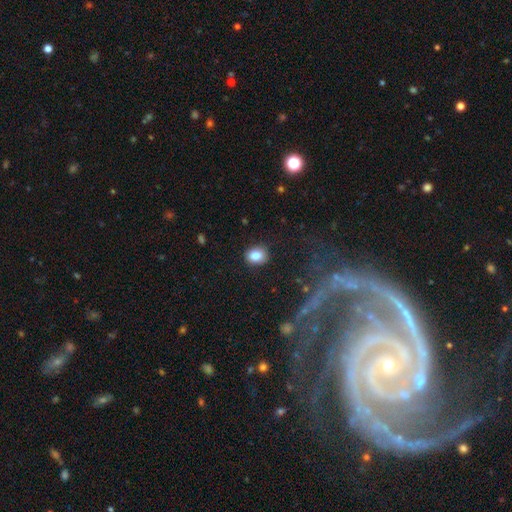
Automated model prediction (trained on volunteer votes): Smooth or featured?
  - smooth: 83% *
  - star or artifact: 10%
  - featured or disk: 7%
How rounded?
  - round: 59% *
  - in between: 40%
  - cigar-shaped: 1%
Merging?
  - none: 87% *
  - minor disturbance: 10%
  - major disturbance: 2%
  - merger: 1%